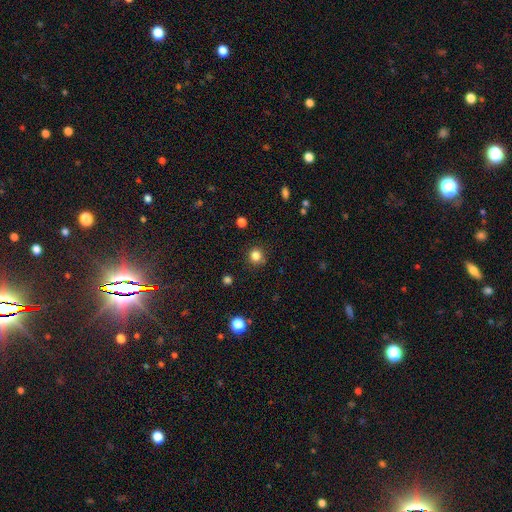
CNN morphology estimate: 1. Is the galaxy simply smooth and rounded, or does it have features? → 83% smooth, 13% star or artifact, 4% featured or disk.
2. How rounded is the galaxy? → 91% round, 8% in between, 1% cigar-shaped.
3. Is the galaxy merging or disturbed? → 87% none, 9% minor disturbance, 3% major disturbance, 2% merger.